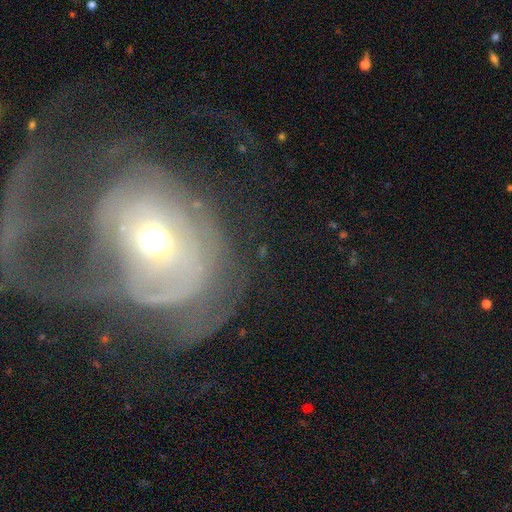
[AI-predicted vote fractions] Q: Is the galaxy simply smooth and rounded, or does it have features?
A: featured or disk — 68%.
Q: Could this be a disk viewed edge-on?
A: no — 96%.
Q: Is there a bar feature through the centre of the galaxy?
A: no — 76%.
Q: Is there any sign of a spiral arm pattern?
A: yes — 55%.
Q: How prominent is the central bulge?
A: moderate — 69%.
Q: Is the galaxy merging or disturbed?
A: major disturbance — 54%.